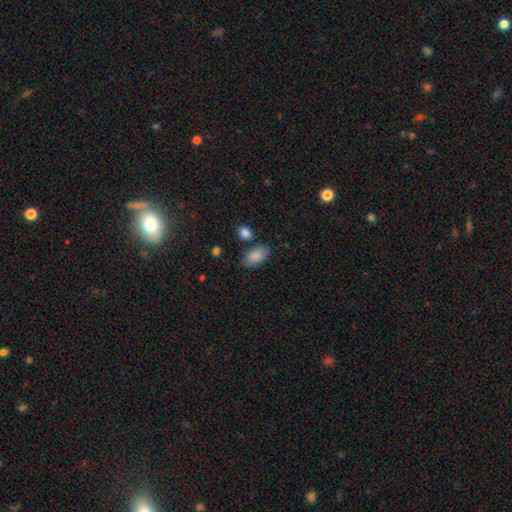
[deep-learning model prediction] Smooth or featured: smooth — 88% (star or artifact — 7%)
How rounded: in between — 93% (round — 4%)
Merging: none — 77% (minor disturbance — 13%)